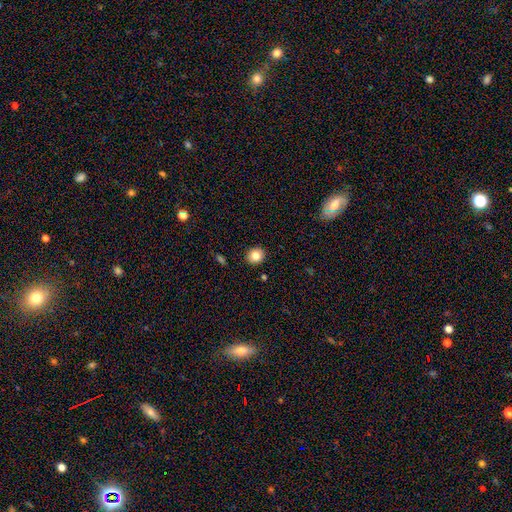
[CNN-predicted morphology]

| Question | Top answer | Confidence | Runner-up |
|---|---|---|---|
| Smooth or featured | smooth | 81% | star or artifact (10%) |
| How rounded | round | 85% | in between (14%) |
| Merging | none | 91% | minor disturbance (6%) |